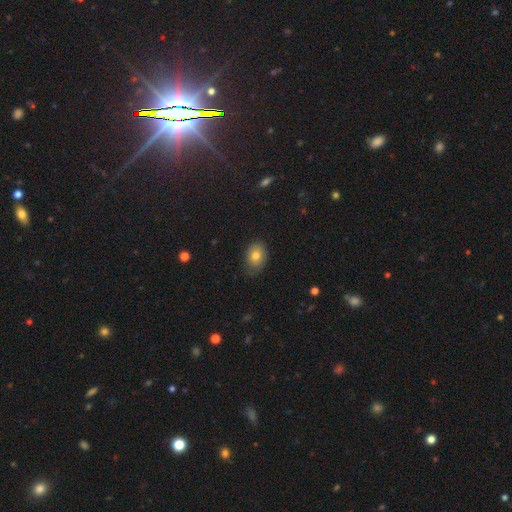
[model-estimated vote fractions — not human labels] Smooth or featured?
  - smooth: 78% *
  - featured or disk: 12%
  - star or artifact: 10%
How rounded?
  - in between: 69% *
  - round: 30%
  - cigar-shaped: 1%
Merging?
  - none: 76% *
  - minor disturbance: 19%
  - major disturbance: 4%
  - merger: 1%